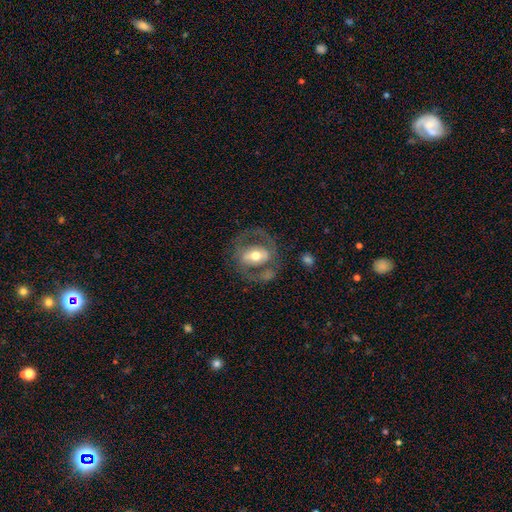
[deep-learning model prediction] featured or disk 72%, smooth 23%, star or artifact 6%. Down the decision tree: edge-on disk — no (95%); bar — strong (38%); spiral arms — yes (63%); bulge size — moderate (71%); merging — none (63%).